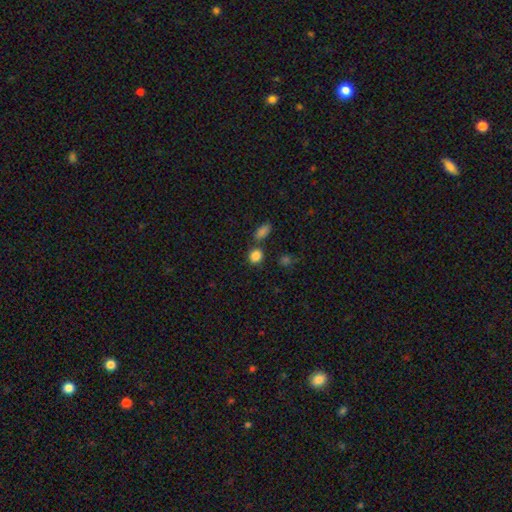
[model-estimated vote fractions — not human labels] Smooth or featured? Predicted: smooth (p=0.85). How rounded? Predicted: round (p=0.74). Merging? Predicted: none (p=0.70).